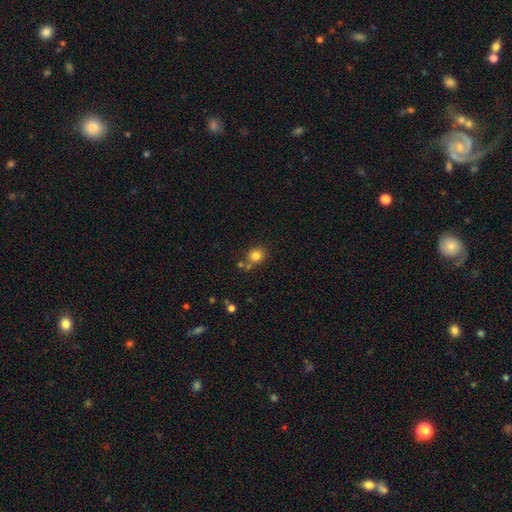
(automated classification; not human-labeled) The model was most divided on "merging": none: 68%, merger: 16%, minor disturbance: 12%, major disturbance: 4%. More confident: smooth or featured — smooth (82%); how rounded — round (78%).